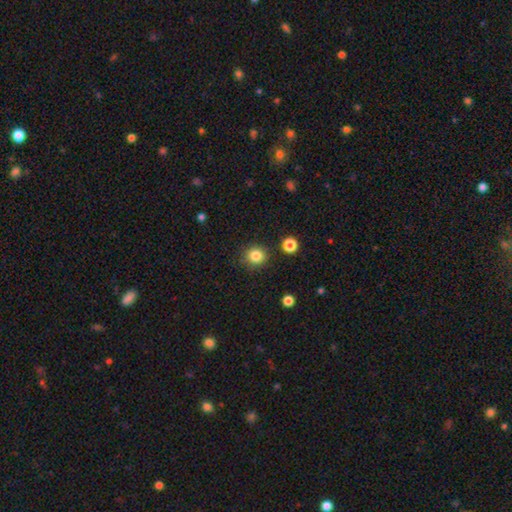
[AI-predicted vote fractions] This appears to be a smooth galaxy with no disk features (84%) that is round (87%). Merging: none (86%).